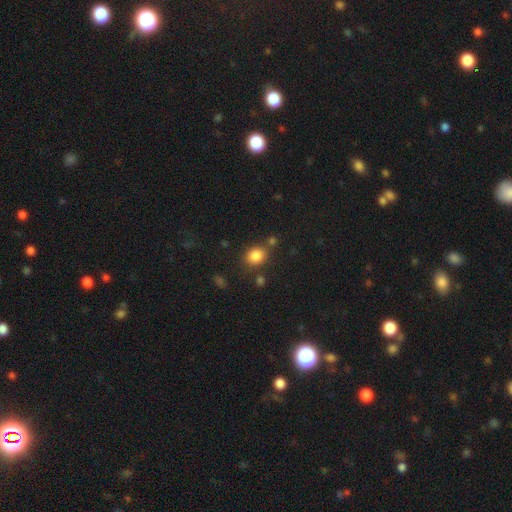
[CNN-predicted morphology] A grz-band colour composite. It shows a smooth galaxy with no disk features (84%) that is round (59%). Merging: none (73%).